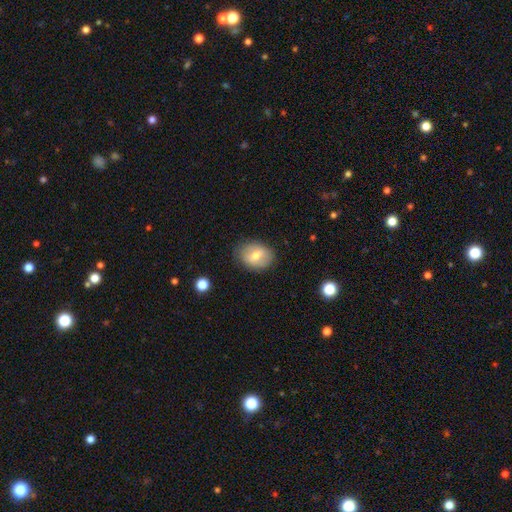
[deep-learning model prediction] Smooth or featured?
  - smooth: 66% *
  - featured or disk: 26%
  - star or artifact: 8%
How rounded?
  - in between: 62% *
  - round: 37%
  - cigar-shaped: 1%
Merging?
  - none: 79% *
  - minor disturbance: 16%
  - major disturbance: 4%
  - merger: 1%